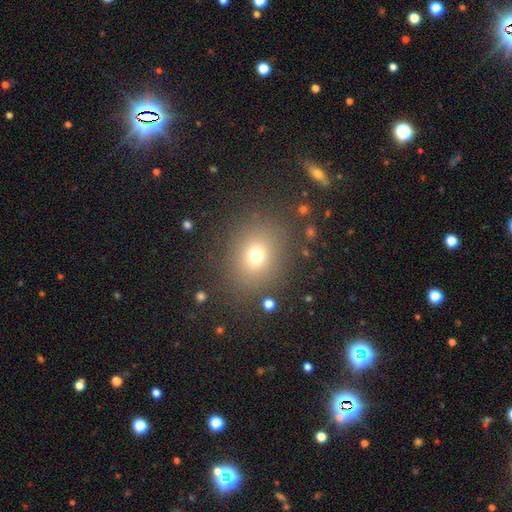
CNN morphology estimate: Overall: smooth (70%). How rounded: round (66%; in between 33%). Merging: none (83%).